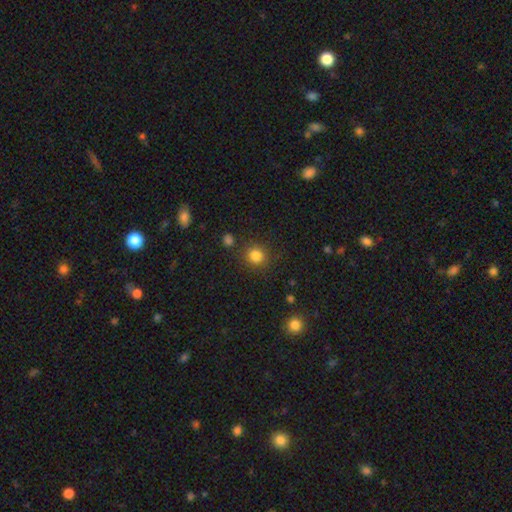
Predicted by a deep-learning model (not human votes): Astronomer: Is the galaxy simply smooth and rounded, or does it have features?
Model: smooth — 83%.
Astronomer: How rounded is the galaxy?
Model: round — 91%.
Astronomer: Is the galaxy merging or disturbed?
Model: none — 86%.